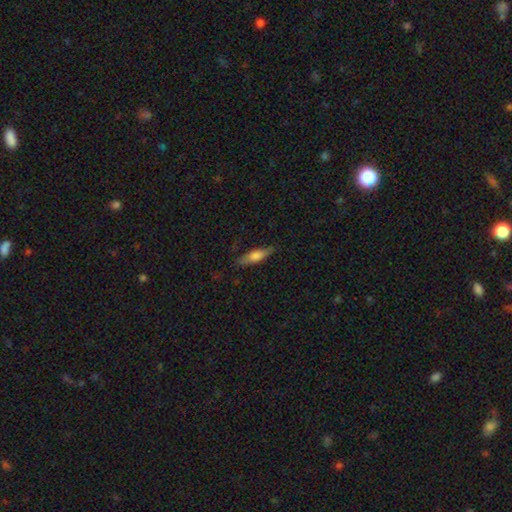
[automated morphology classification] Smooth or featured?
  - smooth: 62% *
  - featured or disk: 32%
  - star or artifact: 7%
How rounded?
  - cigar-shaped: 59% *
  - in between: 38%
  - round: 2%
Merging?
  - none: 80% *
  - minor disturbance: 15%
  - major disturbance: 4%
  - merger: 1%